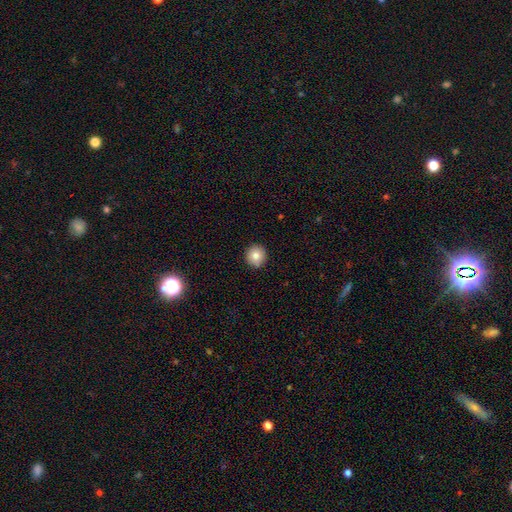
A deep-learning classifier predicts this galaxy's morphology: Smooth or featured? smooth (81%)
How rounded? round (94%)
Merging? none (92%)